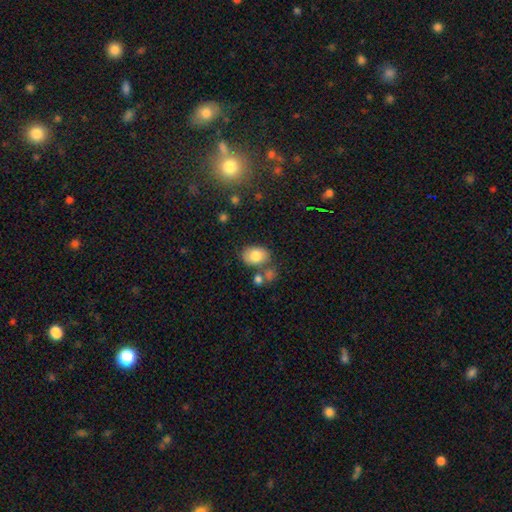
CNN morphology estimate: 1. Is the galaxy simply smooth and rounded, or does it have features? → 77% smooth, 15% featured or disk, 8% star or artifact.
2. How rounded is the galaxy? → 75% in between, 23% round, 1% cigar-shaped.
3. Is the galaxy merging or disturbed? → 61% none, 18% minor disturbance, 15% merger, 6% major disturbance.